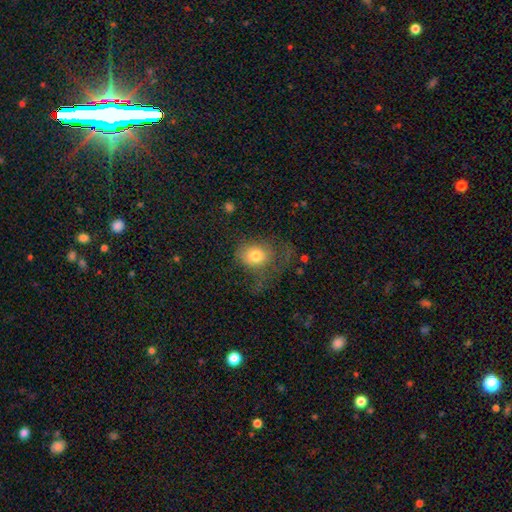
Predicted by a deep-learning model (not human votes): A smooth galaxy with no disk features (74%) that is round (55%).

Vote fractions:
- Smooth or featured? smooth: 74% / featured or disk: 15% / star or artifact: 10%
- How rounded? round: 55% / in between: 44% / cigar-shaped: 1%
- Merging? major disturbance: 40% / none: 36% / minor disturbance: 22% / merger: 3%